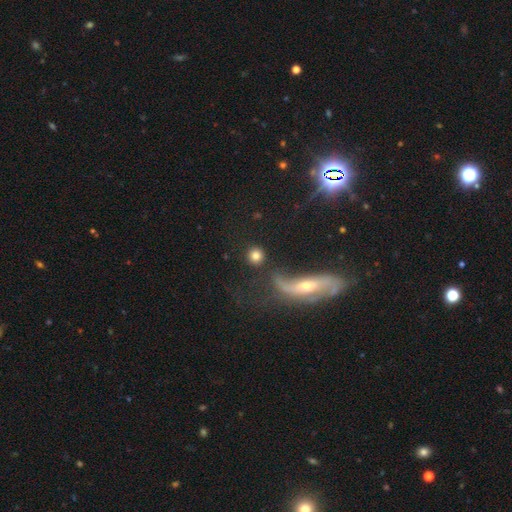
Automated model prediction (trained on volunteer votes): smooth 80%, featured or disk 11%, star or artifact 9%. Down the decision tree: how rounded — round (90%); merging — none (78%).